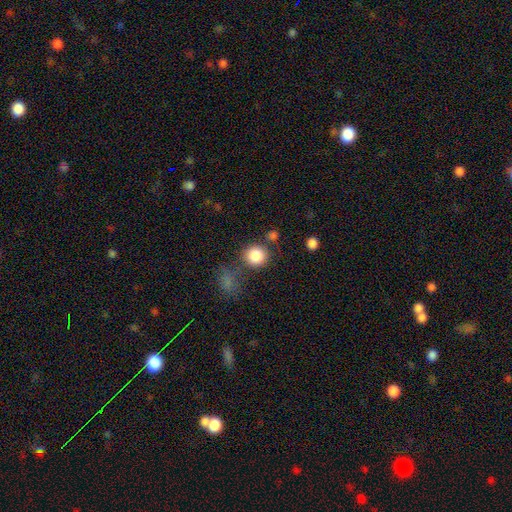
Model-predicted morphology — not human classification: Overall: smooth (85%). How rounded: round (88%). Merging: none (71%).